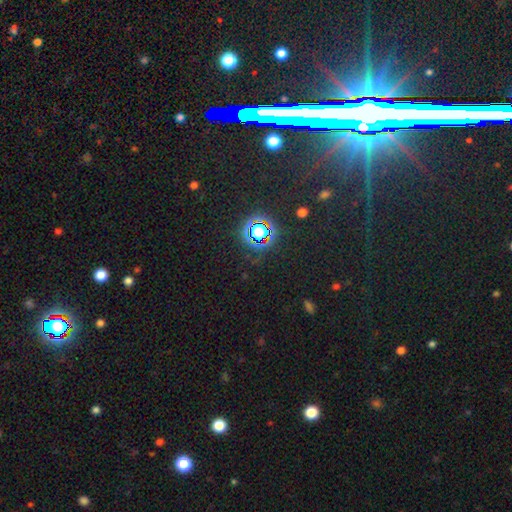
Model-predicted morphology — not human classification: smooth_or_featured: star or artifact (p=0.79) [alt: featured or disk p=0.12]